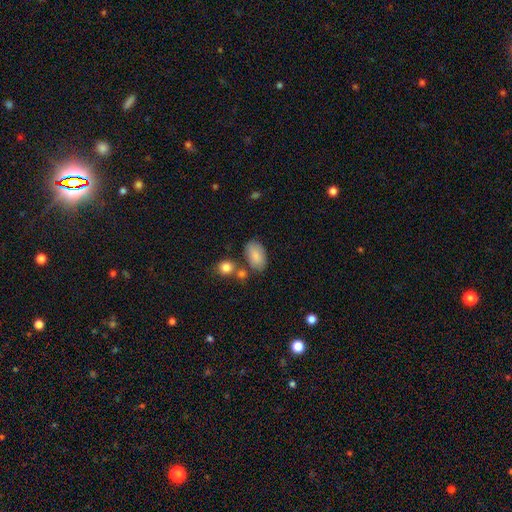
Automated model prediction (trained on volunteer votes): This appears to be a smooth galaxy with no disk features (84%) that is in between round and cigar-shaped (91%). Merging: none (65%).